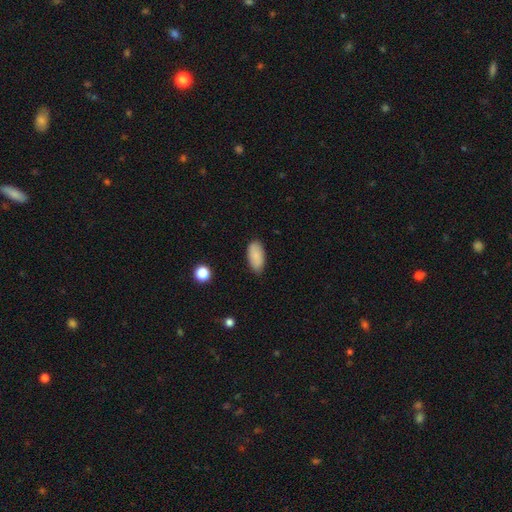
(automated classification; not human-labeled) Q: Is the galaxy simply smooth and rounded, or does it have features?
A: smooth — 86%.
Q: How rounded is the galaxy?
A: in between — 93%.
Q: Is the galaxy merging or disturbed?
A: none — 83%.